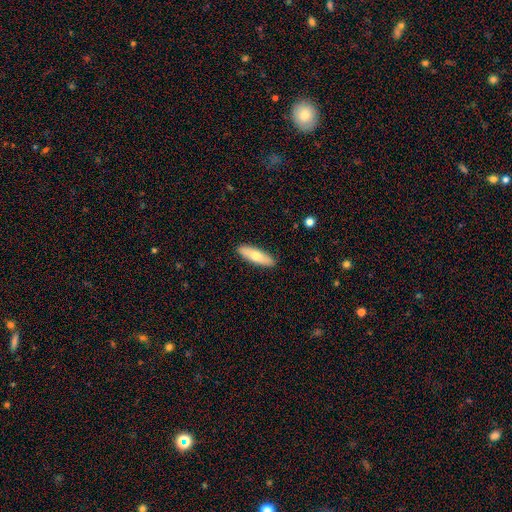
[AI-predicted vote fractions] smooth 63%, featured or disk 31%, star or artifact 5%. Down the decision tree: how rounded — cigar-shaped (53%); merging — none (90%).